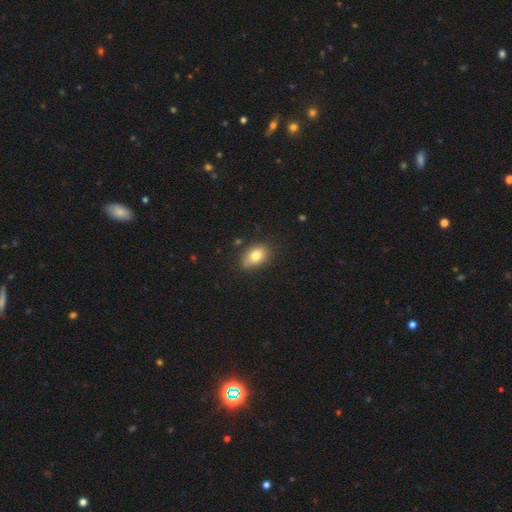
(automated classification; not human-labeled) A smooth galaxy with no disk features (79%) that is in between round and cigar-shaped (84%).

Vote fractions:
- Smooth or featured? smooth: 79% / featured or disk: 13% / star or artifact: 9%
- How rounded? in between: 84% / round: 15% / cigar-shaped: 2%
- Merging? none: 77% / minor disturbance: 17% / major disturbance: 3% / merger: 2%